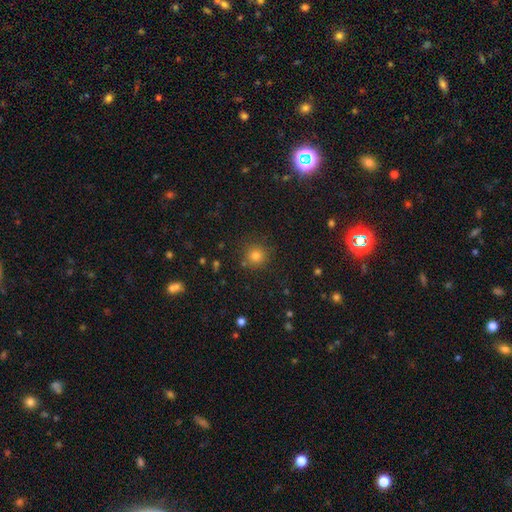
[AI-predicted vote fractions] Q: Smooth or featured?
A: smooth (79%); runner-up: star or artifact (15%)
Q: How rounded?
A: round (94%); runner-up: in between (5%)
Q: Merging?
A: none (85%); runner-up: minor disturbance (9%)